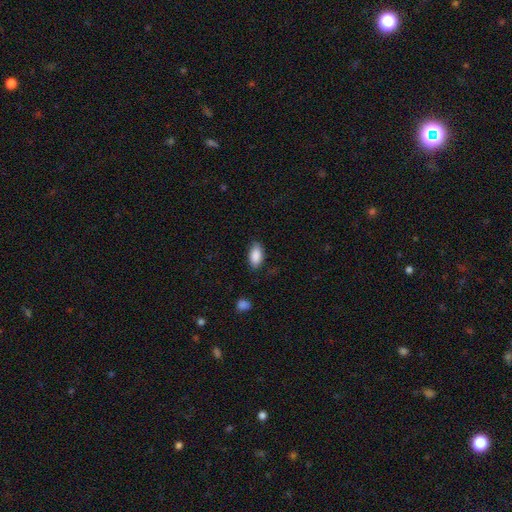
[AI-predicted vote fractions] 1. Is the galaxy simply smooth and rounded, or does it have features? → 88% smooth, 7% star or artifact, 5% featured or disk.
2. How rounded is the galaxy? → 93% in between, 4% round, 3% cigar-shaped.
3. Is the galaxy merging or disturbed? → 78% none, 17% minor disturbance, 4% major disturbance, 1% merger.